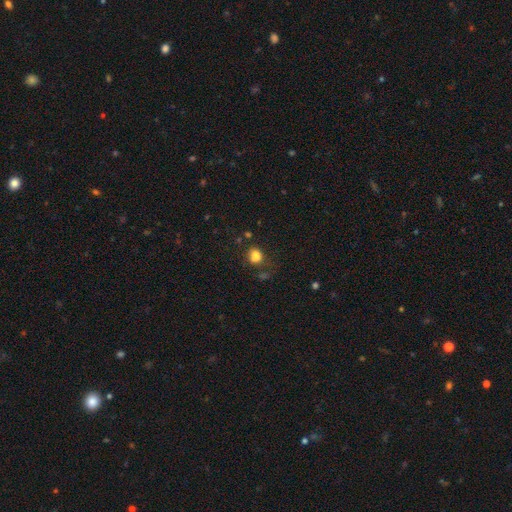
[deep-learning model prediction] smooth_or_featured: smooth (p=0.78) [alt: star or artifact p=0.14]
how_rounded: round (p=0.55) [alt: in between p=0.44]
merging: none (p=0.54) [alt: minor disturbance p=0.20]